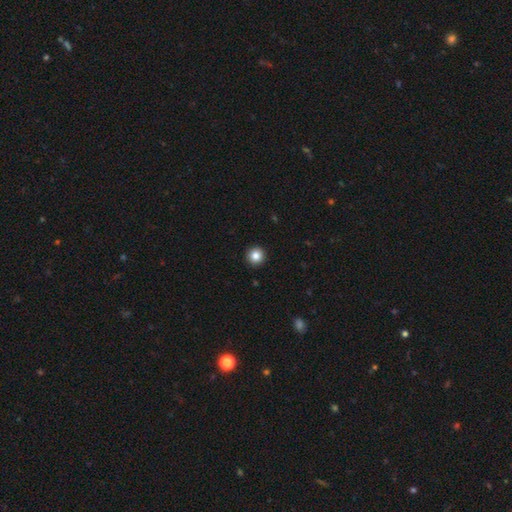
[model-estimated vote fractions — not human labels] smooth 85%, star or artifact 10%, featured or disk 5%. Down the decision tree: how rounded — round (96%); merging — none (94%).